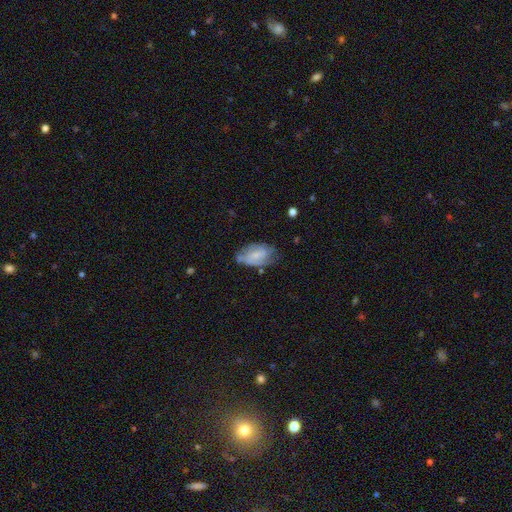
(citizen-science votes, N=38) A featured or disk galaxy (58%) with no bar (45%), 2 (47%, tied with can't tell) medium (37%) spiral arms (86%) and a small central bulge (45%).

Vote fractions:
- Smooth or featured? featured or disk: 58% / smooth: 34% / star or artifact: 8%
- Edge-on disk? no: 100% / yes: 0%
- Bar? no: 45% / weak: 32% / strong: 23%
- Spiral arms? yes: 86% / no: 14%
- Spiral winding? medium: 37% / tight: 32% / loose: 32%
- Spiral arm count? 2: 47% (tied) / can't tell: 47% (tied) / 3: 5% / 1: 0% / 4: 0% / more than 4: 0%
- Bulge size? small: 45% / none: 36% / large: 9% / moderate: 9% / dominant: 0%
- Merging? none: 57% / major disturbance: 26% / minor disturbance: 14% / merger: 3%